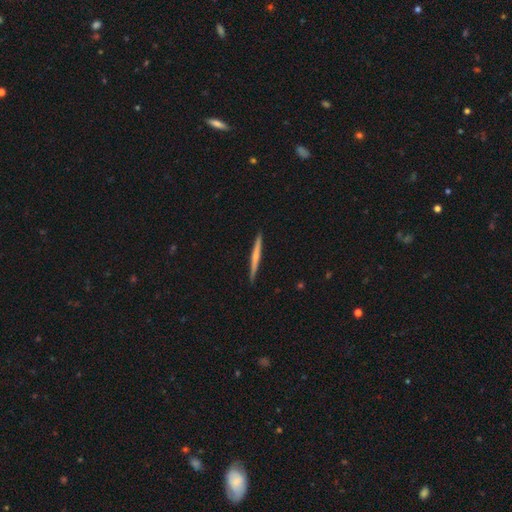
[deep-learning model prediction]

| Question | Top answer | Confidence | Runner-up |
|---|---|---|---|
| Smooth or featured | featured or disk | 50% | smooth (44%) |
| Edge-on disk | yes | 98% | no (2%) |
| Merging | none | 92% | minor disturbance (6%) |